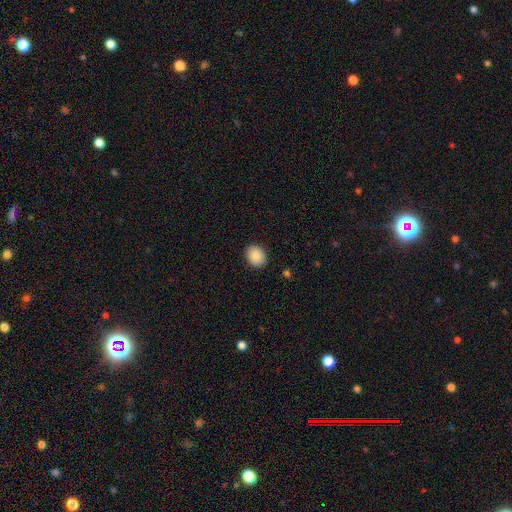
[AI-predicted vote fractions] Overall: smooth (87%). How rounded: in between (54%; round 45%). Merging: none (89%).